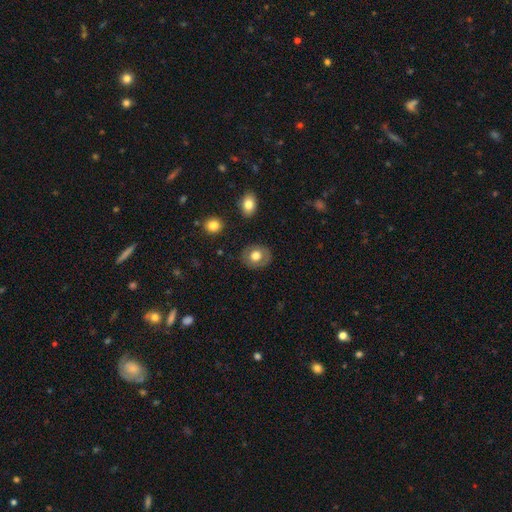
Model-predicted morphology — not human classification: The model was most divided on "how rounded": round: 65%, in between: 35%, cigar-shaped: 1%. More confident: merging — none (83%); smooth or featured — smooth (66%).